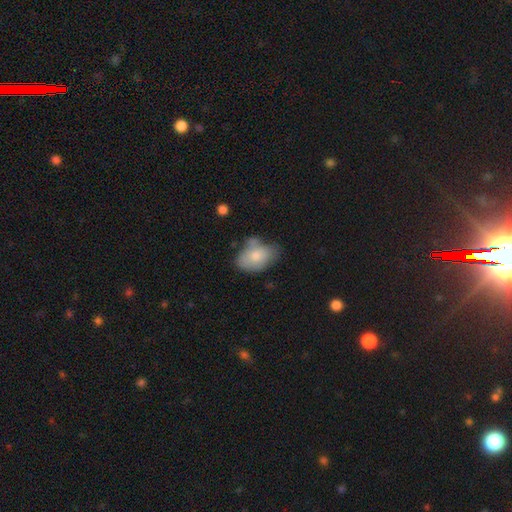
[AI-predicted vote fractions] Smooth or featured: smooth — 72% (featured or disk — 21%)
How rounded: in between — 84% (round — 15%)
Merging: none — 40% (minor disturbance — 33%)